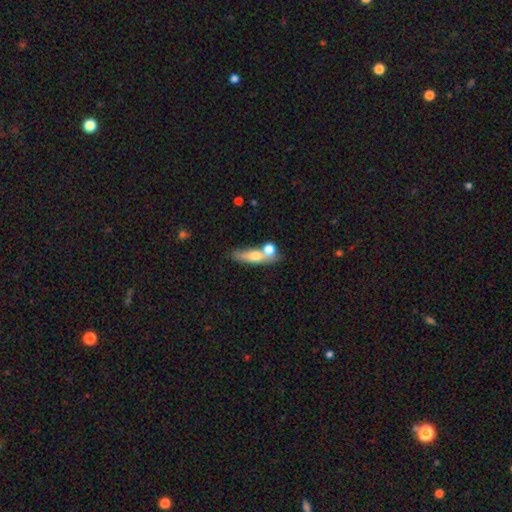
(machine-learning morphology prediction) Smooth or featured? Predicted: smooth (p=0.64). How rounded? Predicted: cigar-shaped (p=0.48). Merging? Predicted: none (p=0.41).